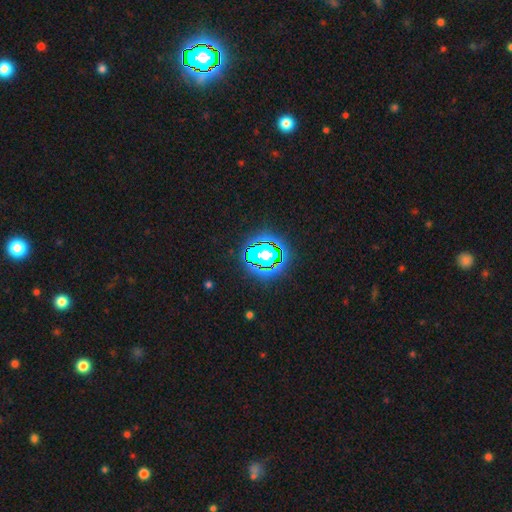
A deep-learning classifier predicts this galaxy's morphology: type=star or artifact (76%).